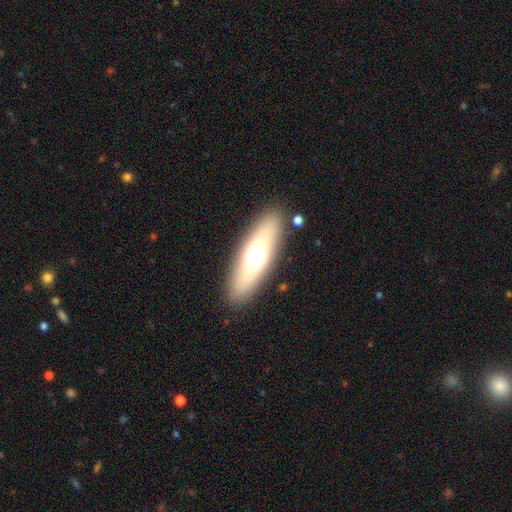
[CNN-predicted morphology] smooth 52%, featured or disk 38%, star or artifact 9%. Down the decision tree: how rounded — in between (55%); merging — none (86%).